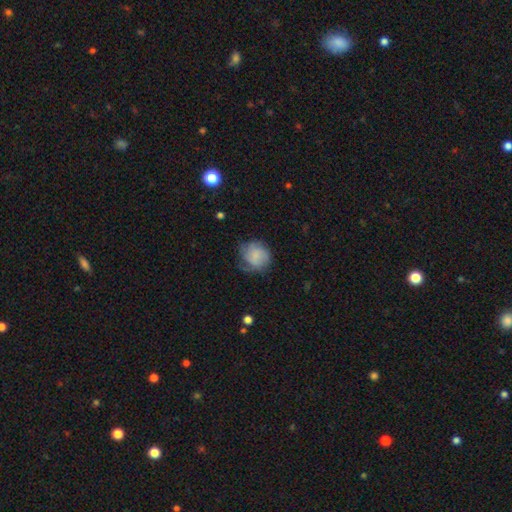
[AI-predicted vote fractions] Smooth or featured? Predicted: smooth (p=0.71). How rounded? Predicted: round (p=0.75). Merging? Predicted: none (p=0.50).